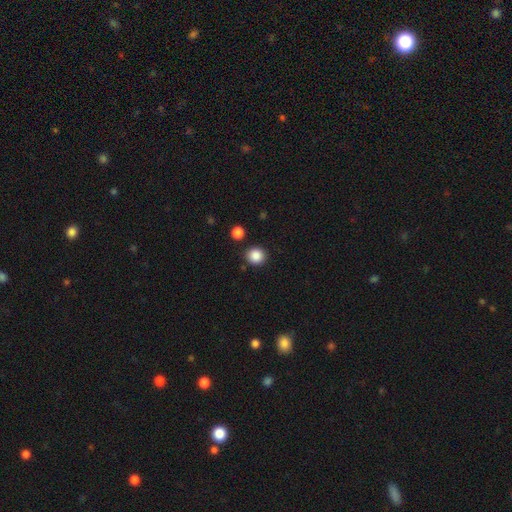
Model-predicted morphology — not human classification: Smooth or featured? Predicted: smooth (p=0.87). How rounded? Predicted: round (p=0.88). Merging? Predicted: none (p=0.86).